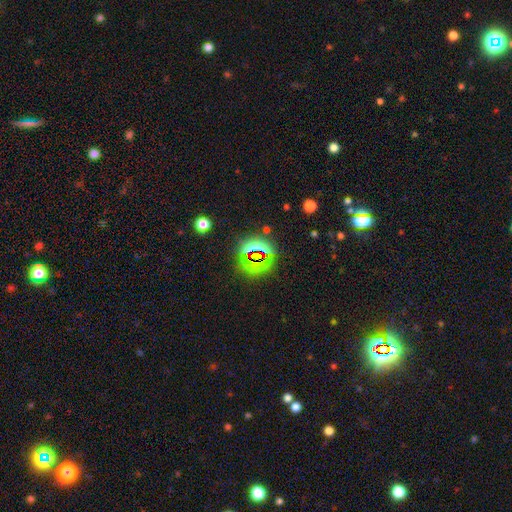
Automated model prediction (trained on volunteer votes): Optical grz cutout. It shows a star or artifact, not a galaxy (69%).